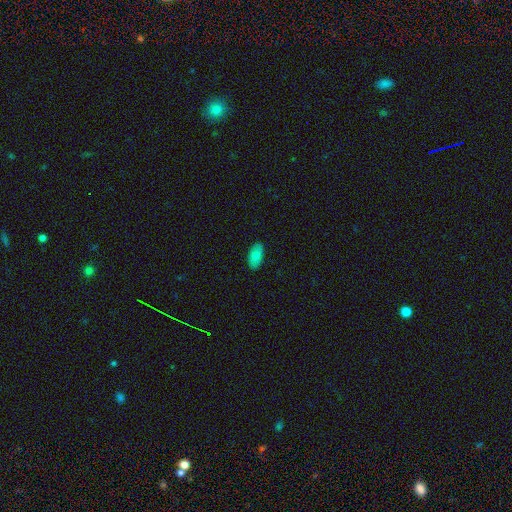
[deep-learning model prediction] The model was most divided on "smooth or featured": smooth: 73%, featured or disk: 20%, star or artifact: 7%. More confident: how rounded — in between (93%); merging — none (88%).